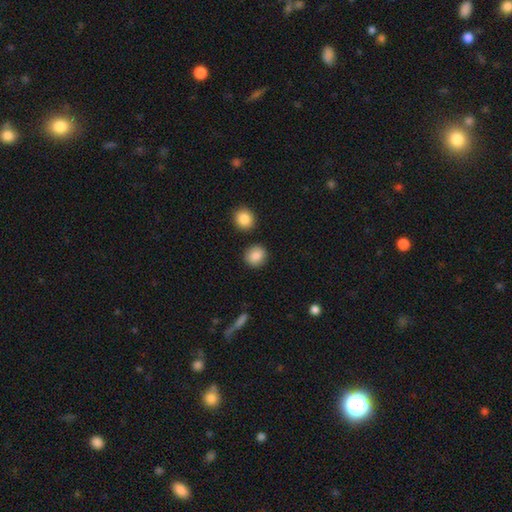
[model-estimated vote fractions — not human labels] This is clearly a smooth galaxy (87%). How rounded: clearly round (87%). Merging: clearly none (87%).